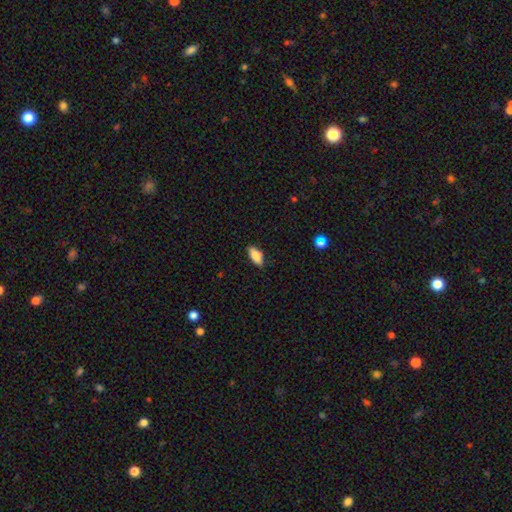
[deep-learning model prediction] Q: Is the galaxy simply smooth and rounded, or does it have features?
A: smooth — 83%.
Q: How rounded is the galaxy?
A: in between — 82%.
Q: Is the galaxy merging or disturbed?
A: none — 84%.